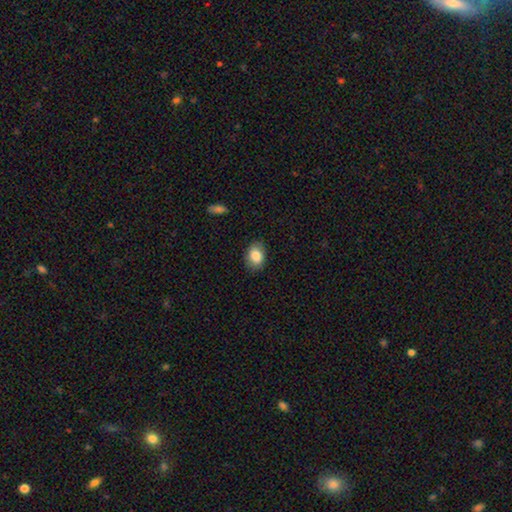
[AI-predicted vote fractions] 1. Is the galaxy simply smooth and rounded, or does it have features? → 85% smooth, 8% star or artifact, 7% featured or disk.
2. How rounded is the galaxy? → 73% in between, 26% round, 1% cigar-shaped.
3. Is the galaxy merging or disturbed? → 83% none, 13% minor disturbance, 3% major disturbance, 1% merger.